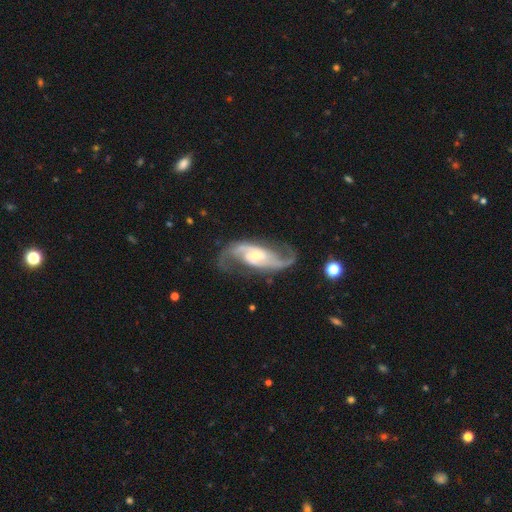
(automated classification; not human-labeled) Overall: featured or disk (92%). Edge-on disk: no (96%). Bar: weak (52%; strong 26%). Spiral arms: yes (98%). Spiral arm count: 2 (92%). Spiral winding: medium (52%; loose 35%). Bulge size: moderate (47%; small 41%). Merging: none (77%).